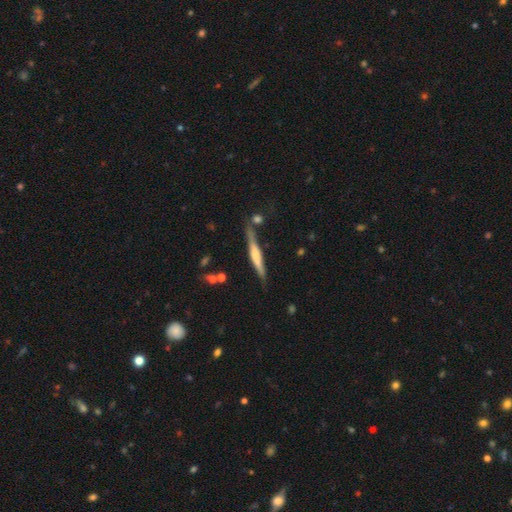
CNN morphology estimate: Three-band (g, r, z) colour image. It shows a featured or disk galaxy (59%) viewed edge-on (96%) with a rounded central bulge (54%). Merging: none (74%).